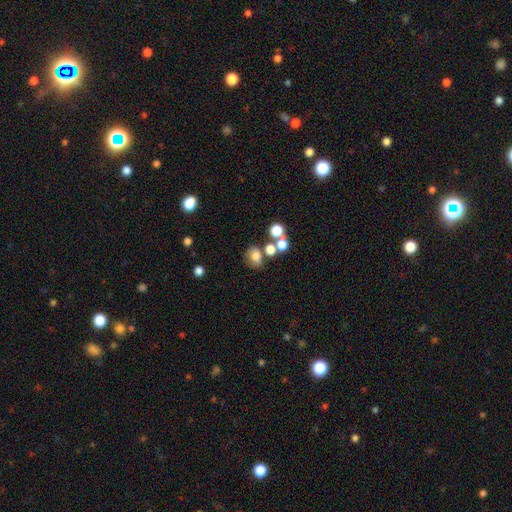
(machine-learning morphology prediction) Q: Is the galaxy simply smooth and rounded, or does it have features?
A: smooth — 75%.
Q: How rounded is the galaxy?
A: in between — 51%.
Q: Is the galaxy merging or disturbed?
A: none — 52%.